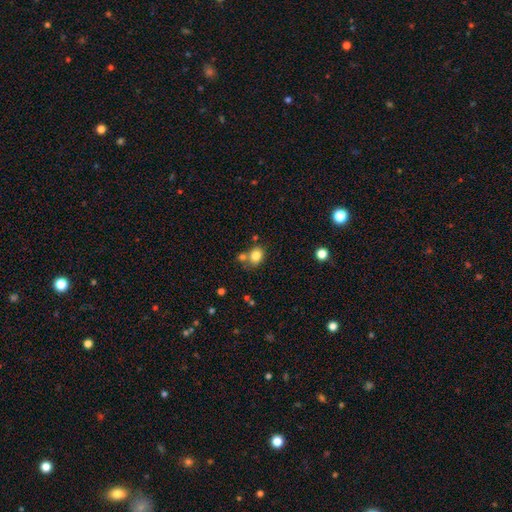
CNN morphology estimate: smooth_or_featured: smooth (p=0.82) [alt: star or artifact p=0.11]
how_rounded: round (p=0.52) [alt: in between p=0.47]
merging: none (p=0.62) [alt: merger p=0.20]